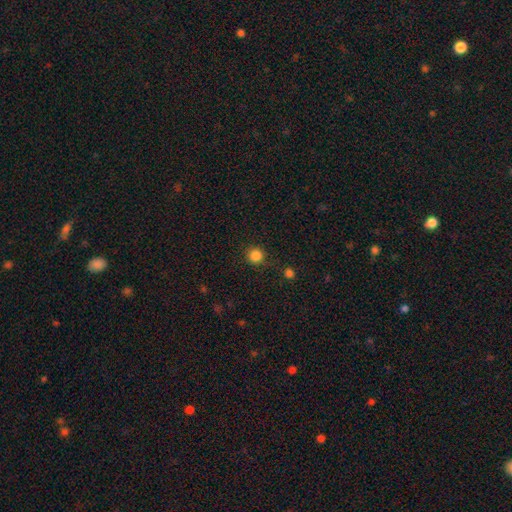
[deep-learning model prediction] smooth 84%, star or artifact 12%, featured or disk 3%. Down the decision tree: how rounded — round (94%); merging — none (87%).